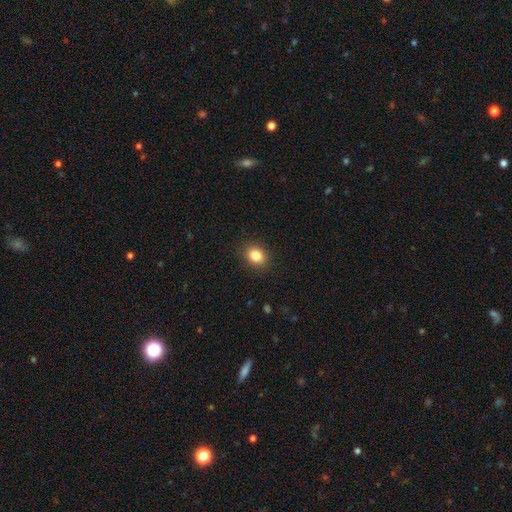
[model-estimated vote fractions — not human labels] smooth-or-featured: smooth: 84% | star or artifact: 10% | featured or disk: 6%
  how-rounded: round: 57% | in between: 42% | cigar-shaped: 1%
  merging: none: 89% | minor disturbance: 8% | major disturbance: 2% | merger: 1%